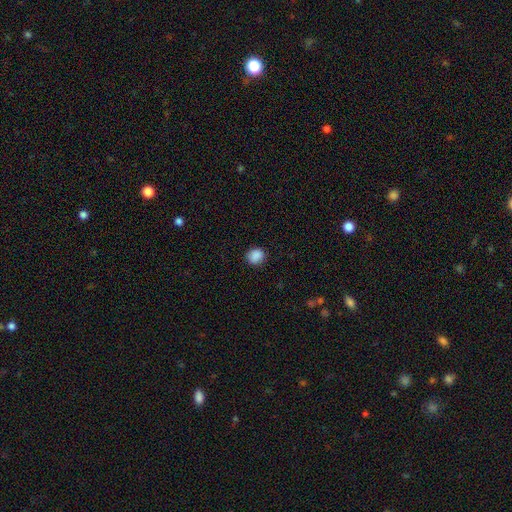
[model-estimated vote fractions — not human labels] The model was most divided on "how rounded": round: 75%, in between: 24%, cigar-shaped: 1%. More confident: smooth or featured — smooth (89%); merging — none (88%).